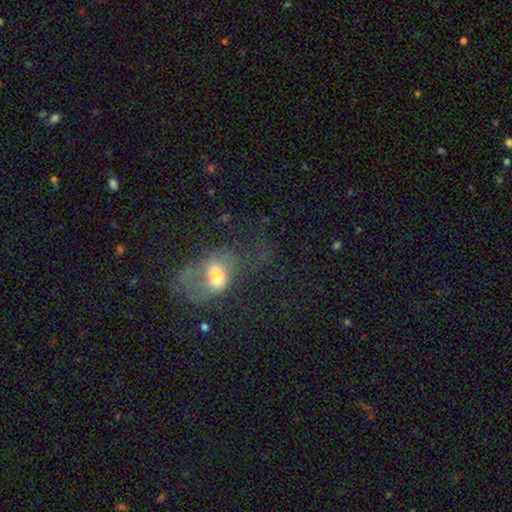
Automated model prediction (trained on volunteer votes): smooth-or-featured: featured or disk: 39% | smooth: 38% | star or artifact: 23%
  merging: major disturbance: 42% | none: 34% | minor disturbance: 19% | merger: 5%